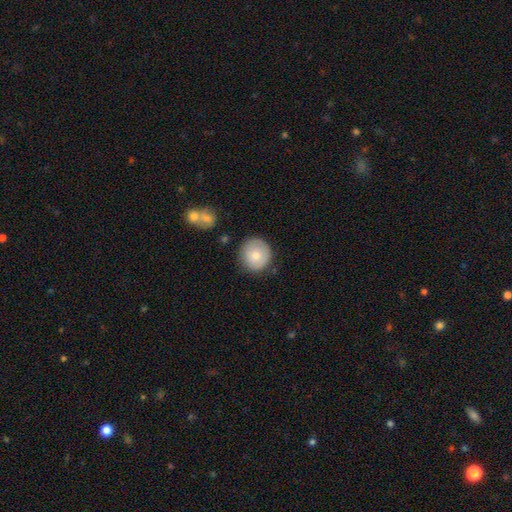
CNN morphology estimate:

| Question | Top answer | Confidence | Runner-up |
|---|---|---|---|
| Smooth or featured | smooth | 75% | featured or disk (17%) |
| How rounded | round | 91% | in between (8%) |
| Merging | none | 83% | minor disturbance (12%) |